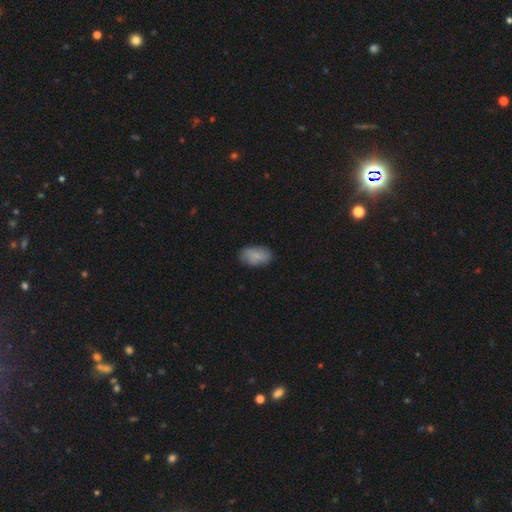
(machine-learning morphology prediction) Smooth or featured? smooth (86%)
How rounded? in between (93%)
Merging? none (80%)